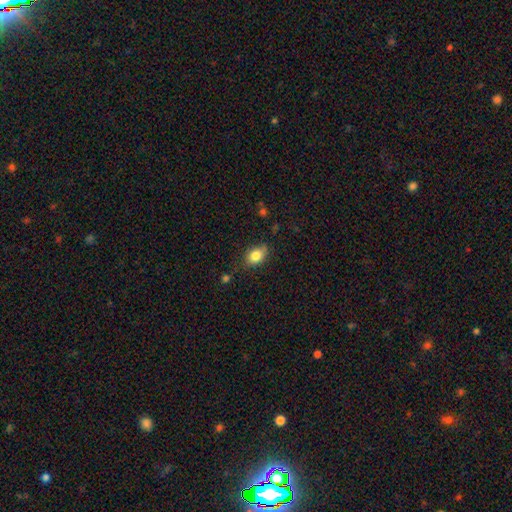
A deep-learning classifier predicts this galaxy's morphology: type=smooth (82%); roundness=in between (73%); merging=none (69%).